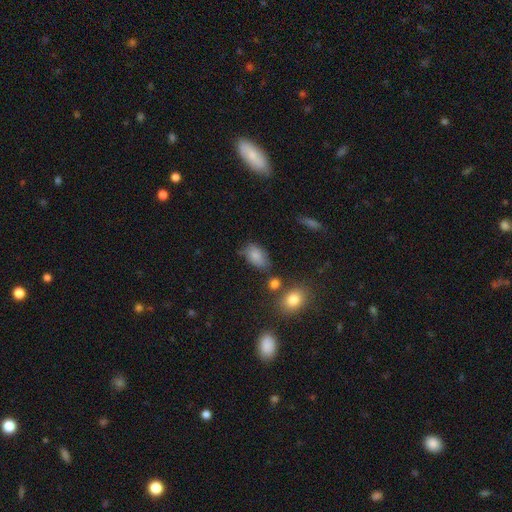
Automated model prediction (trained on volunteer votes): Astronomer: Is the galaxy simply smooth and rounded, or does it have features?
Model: smooth — 82%.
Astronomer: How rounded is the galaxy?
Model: in between — 90%.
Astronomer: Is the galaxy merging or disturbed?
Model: none — 58%.